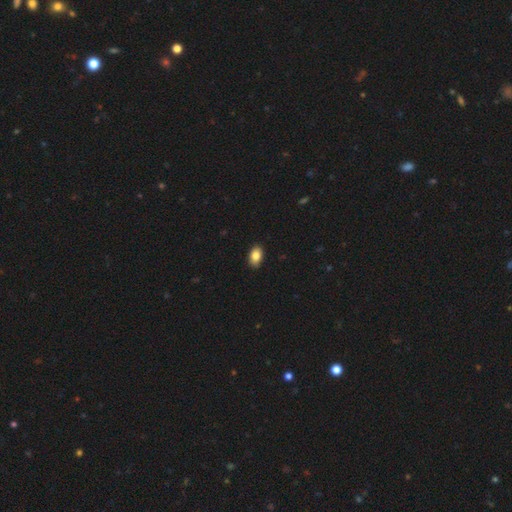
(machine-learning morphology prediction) A smooth galaxy with no disk features (85%) that is in between round and cigar-shaped (90%). Merging: none (89%).